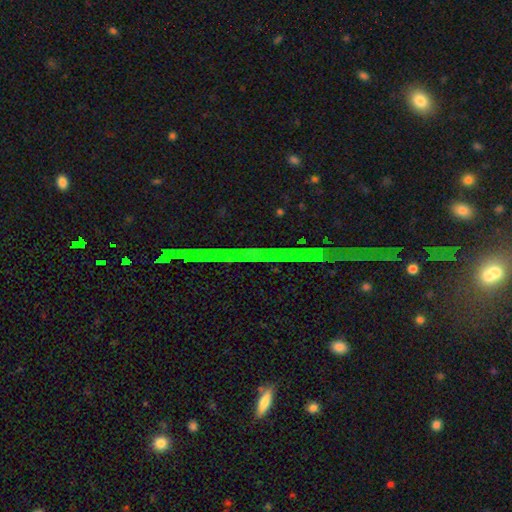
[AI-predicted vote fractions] star or artifact 79%, featured or disk 12%, smooth 9%.